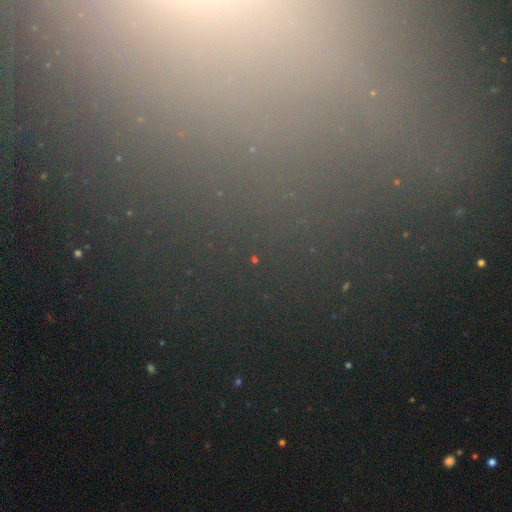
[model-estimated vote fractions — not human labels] smooth-or-featured: star or artifact: 71% | smooth: 17% | featured or disk: 12%